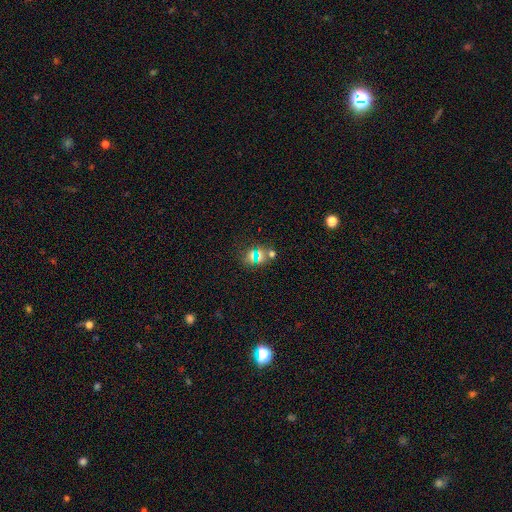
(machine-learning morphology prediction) Smooth or featured? Predicted: star or artifact (p=0.43, tied with smooth).